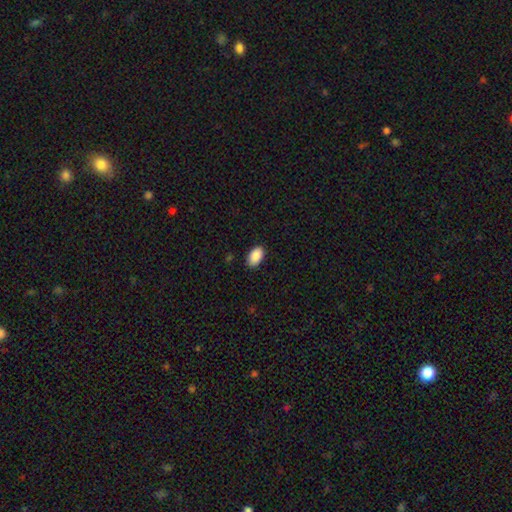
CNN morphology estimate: smooth 90%, star or artifact 7%, featured or disk 3%. Down the decision tree: how rounded — in between (94%); merging — none (88%).